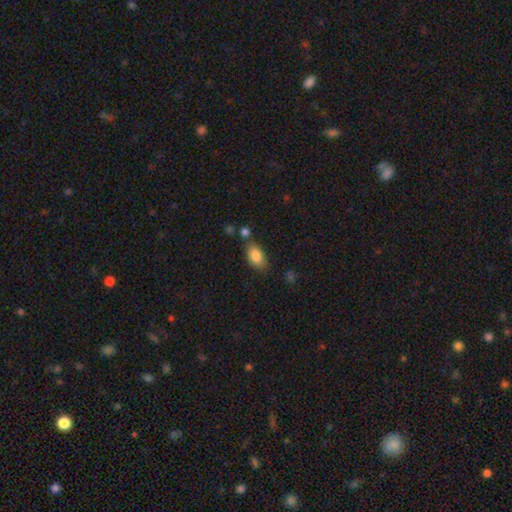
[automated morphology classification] This is clearly a smooth galaxy (84%). How rounded: clearly in between (90%). Merging: likely none (68%).